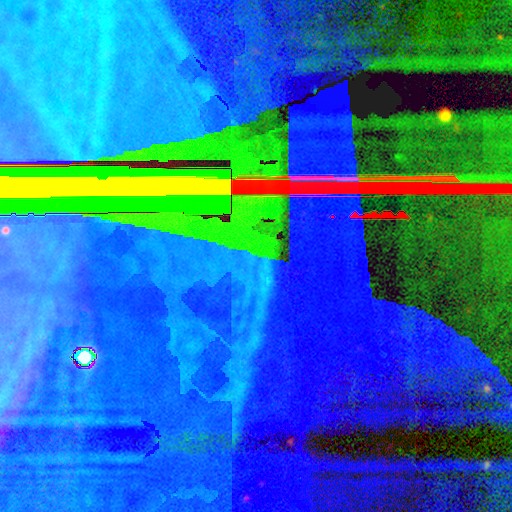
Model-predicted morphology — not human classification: This is clearly a star or artifact rather than a galaxy (88%).